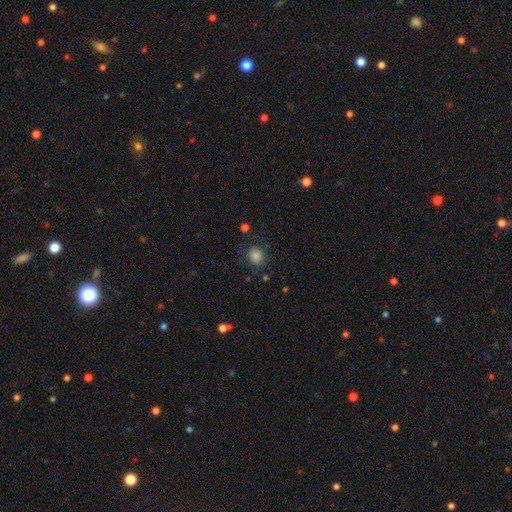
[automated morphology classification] Smooth or featured: smooth — 82% (star or artifact — 12%)
How rounded: round — 84% (in between — 15%)
Merging: none — 77% (minor disturbance — 14%)